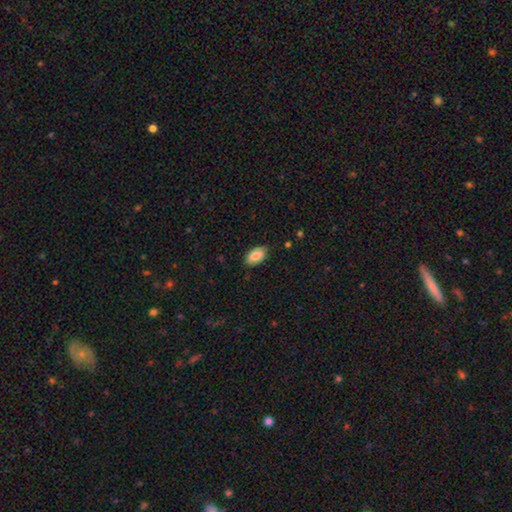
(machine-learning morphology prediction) smooth_or_featured: smooth (p=0.85) [alt: featured or disk p=0.09]
how_rounded: in between (p=0.94) [alt: round p=0.04]
merging: none (p=0.85) [alt: minor disturbance p=0.12]